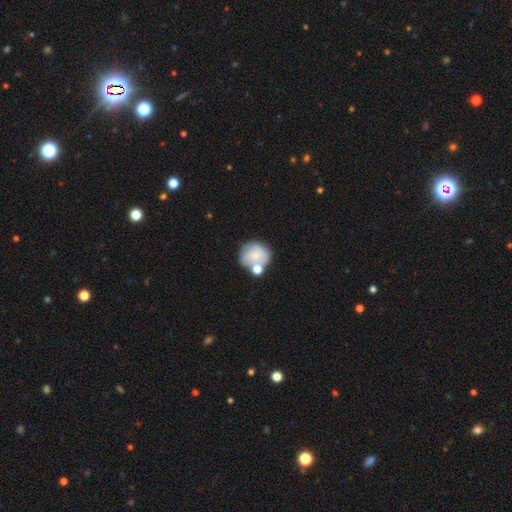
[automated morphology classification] Smooth or featured? smooth (63%)
How rounded? round (83%)
Merging? none (49%)